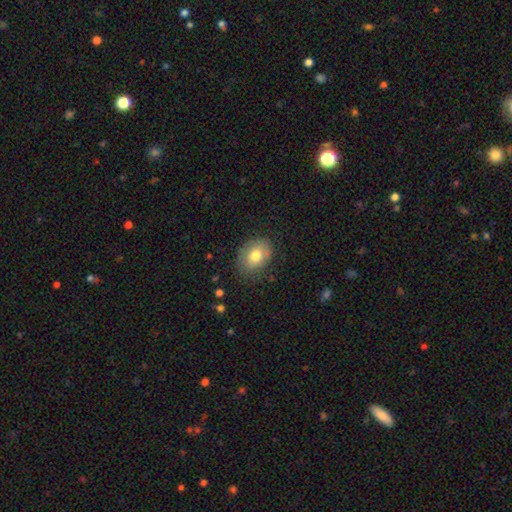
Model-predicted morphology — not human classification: Smooth or featured? Predicted: smooth (p=0.72). How rounded? Predicted: in between (p=0.61). Merging? Predicted: none (p=0.75).